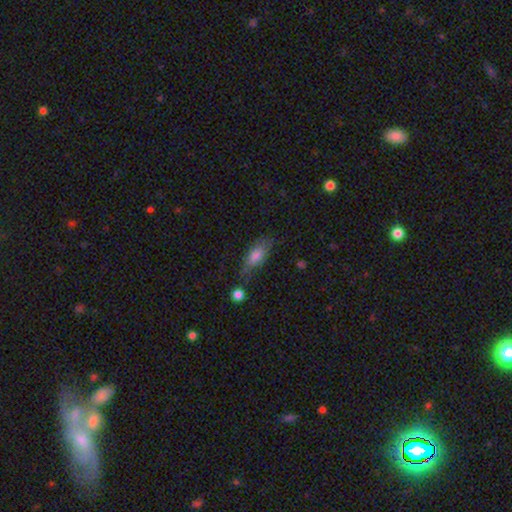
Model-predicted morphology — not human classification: This is likely a smooth galaxy (74%). How rounded: likely in between (75%). Merging: possibly none (53%).